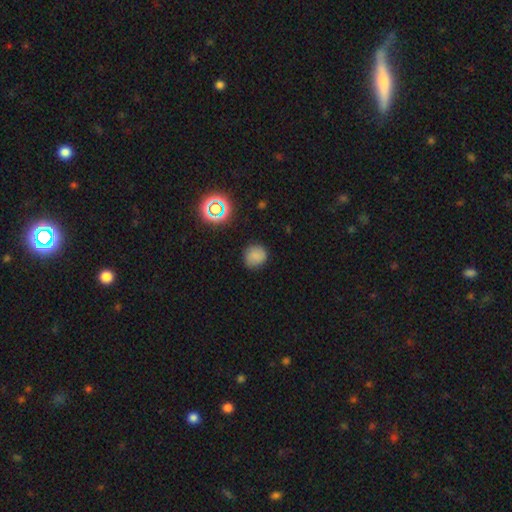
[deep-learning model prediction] Smooth or featured?
  - smooth: 78% *
  - star or artifact: 16%
  - featured or disk: 6%
How rounded?
  - round: 84% *
  - in between: 15%
  - cigar-shaped: 1%
Merging?
  - none: 82% *
  - minor disturbance: 13%
  - major disturbance: 3%
  - merger: 1%